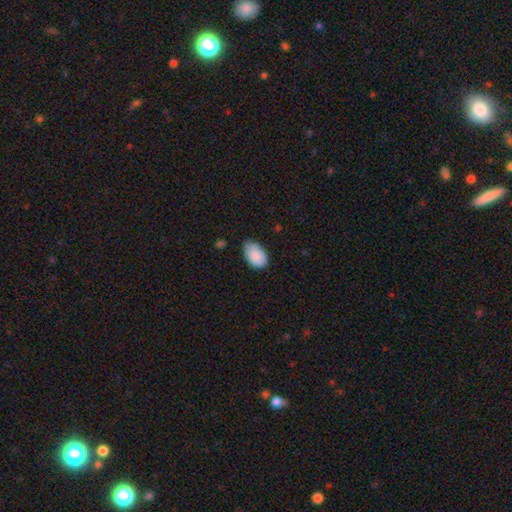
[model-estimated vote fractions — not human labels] This is clearly a smooth galaxy (87%). How rounded: clearly in between (92%). Merging: possibly none (56%).